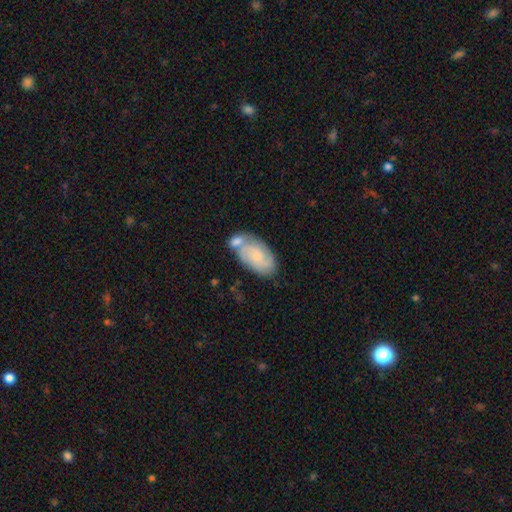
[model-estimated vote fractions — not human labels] Morphology: type=featured or disk (52%); edge-on=no (95%); merging=merger (39%, tied with none).